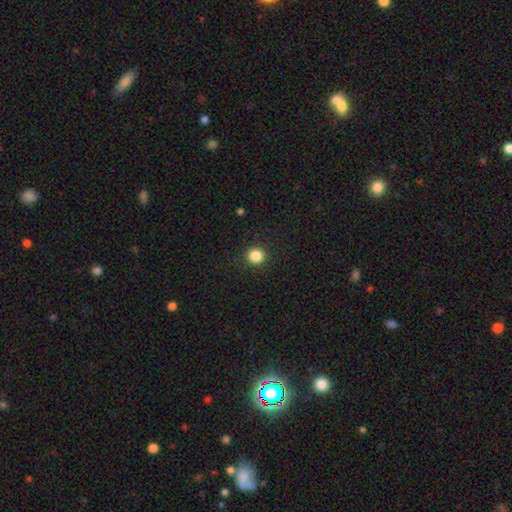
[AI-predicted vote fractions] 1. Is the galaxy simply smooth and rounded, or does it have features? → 85% smooth, 12% star or artifact, 4% featured or disk.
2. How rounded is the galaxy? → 92% round, 7% in between, 1% cigar-shaped.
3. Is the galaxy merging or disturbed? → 91% none, 6% minor disturbance, 2% major disturbance, 1% merger.